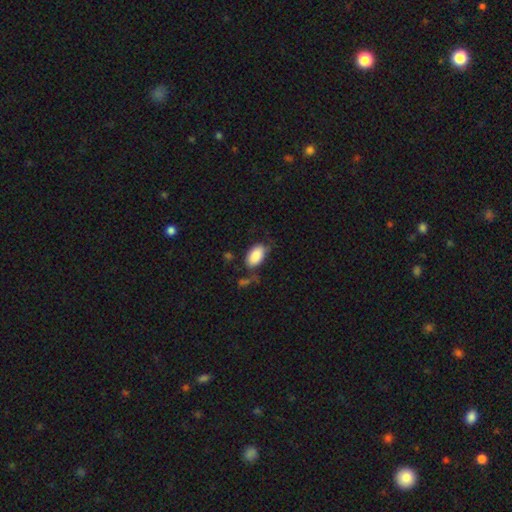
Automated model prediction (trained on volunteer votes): A smooth galaxy with no disk features (88%) that is in between round and cigar-shaped (94%).

Vote fractions:
- Smooth or featured? smooth: 88% / star or artifact: 6% / featured or disk: 6%
- How rounded? in between: 94% / round: 4% / cigar-shaped: 2%
- Merging? none: 64% / minor disturbance: 21% / major disturbance: 8% / merger: 6%